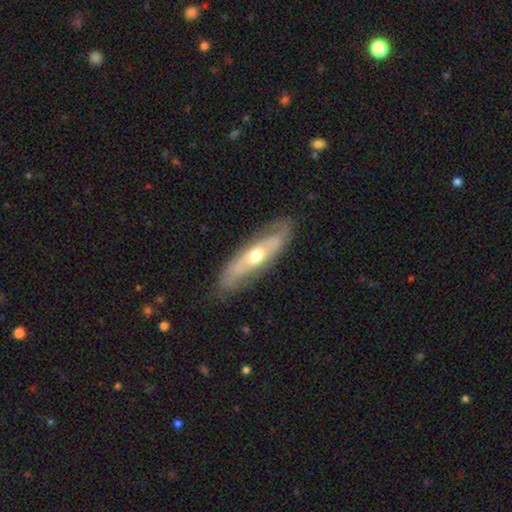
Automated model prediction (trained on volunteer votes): The model was most divided on "edge-on disk": no: 64%, yes: 36%. More confident: merging — none (79%); smooth or featured — featured or disk (62%).